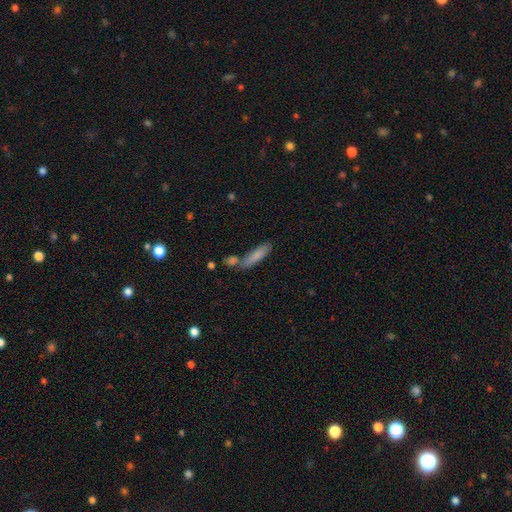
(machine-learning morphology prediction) A smooth galaxy with no disk features (79%) that is cigar-shaped (74%). Merging: none (62%).